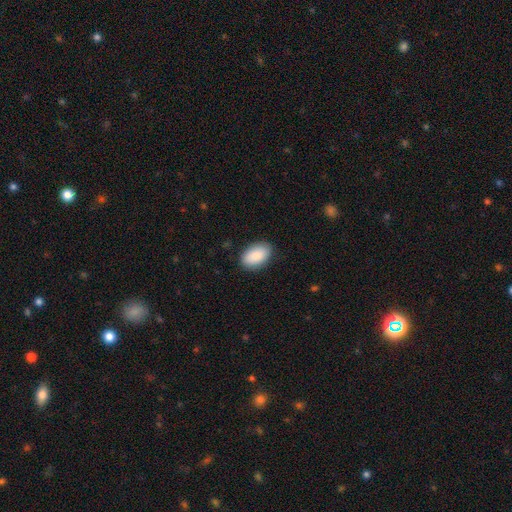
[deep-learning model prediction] Smooth or featured: smooth — 90% (star or artifact — 6%)
How rounded: in between — 94% (round — 5%)
Merging: none — 87% (minor disturbance — 10%)